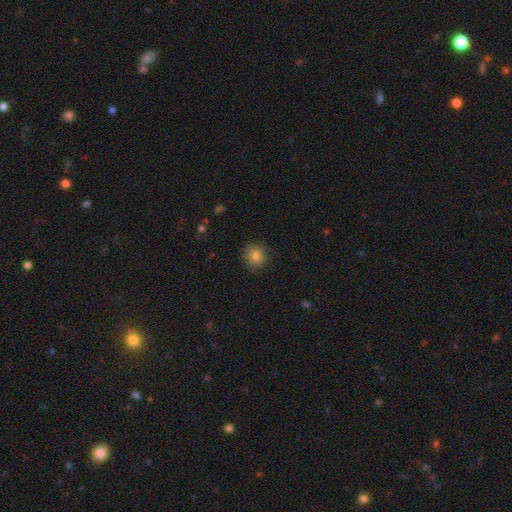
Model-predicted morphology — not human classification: Smooth or featured: smooth — 81% (star or artifact — 12%)
How rounded: round — 92% (in between — 8%)
Merging: none — 88% (minor disturbance — 8%)